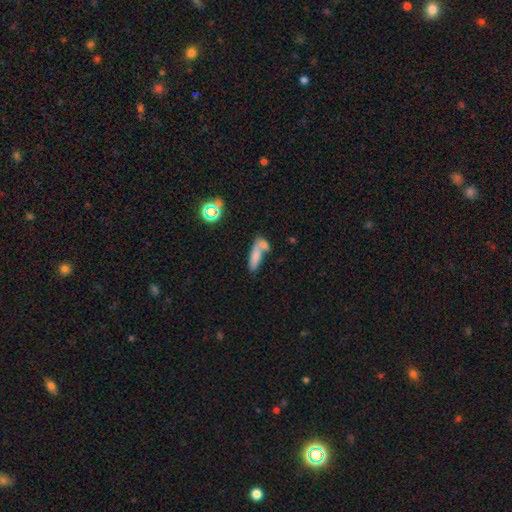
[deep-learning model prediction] Smooth or featured?
  - smooth: 73% *
  - featured or disk: 15%
  - star or artifact: 12%
How rounded?
  - in between: 52% *
  - cigar-shaped: 44%
  - round: 4%
Merging?
  - merger: 54% *
  - none: 31%
  - minor disturbance: 10%
  - major disturbance: 5%